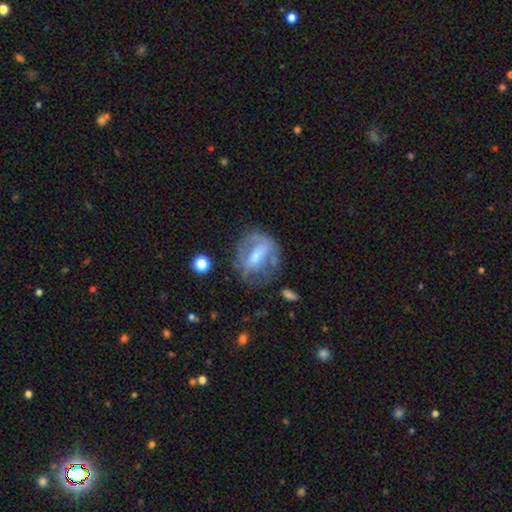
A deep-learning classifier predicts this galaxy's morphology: Q: Smooth or featured?
A: featured or disk (63%); runner-up: smooth (29%)
Q: Edge-on disk?
A: no (91%); runner-up: yes (9%)
Q: Bar?
A: strong (41%); runner-up: weak (34%)
Q: Spiral arms?
A: no (54%); runner-up: yes (46%)
Q: Bulge size?
A: moderate (48%); runner-up: small (40%)
Q: Merging?
A: none (59%); runner-up: minor disturbance (22%)